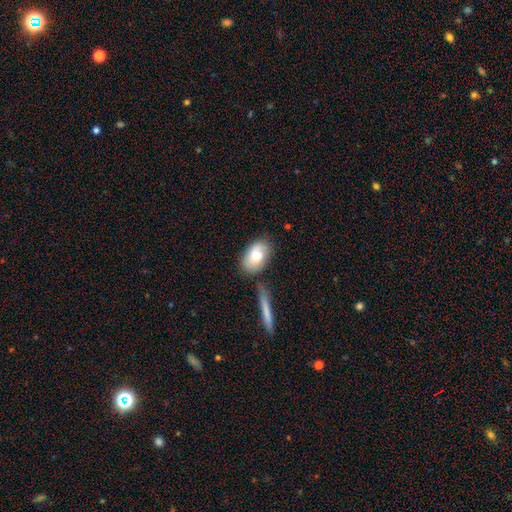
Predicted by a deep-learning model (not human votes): This is likely a smooth galaxy (65%). How rounded: clearly in between (87%). Merging: likely none (65%).